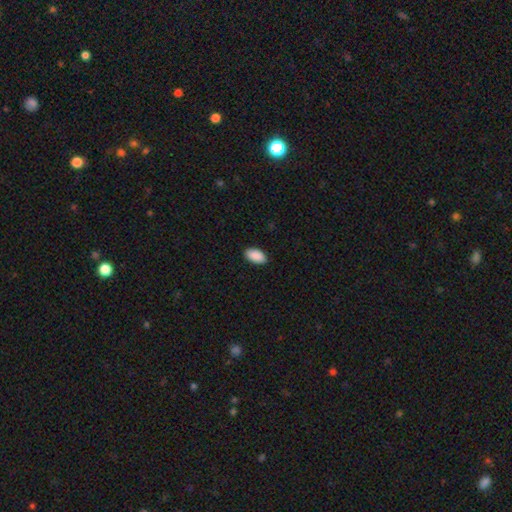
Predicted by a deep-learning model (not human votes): Q: Smooth or featured?
A: smooth (91%); runner-up: star or artifact (6%)
Q: How rounded?
A: in between (95%); runner-up: round (3%)
Q: Merging?
A: none (89%); runner-up: minor disturbance (8%)